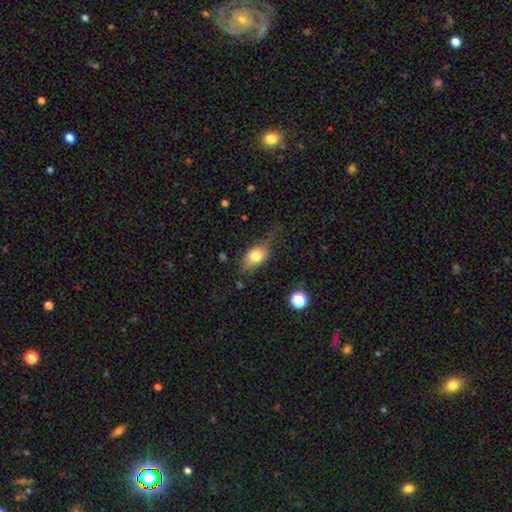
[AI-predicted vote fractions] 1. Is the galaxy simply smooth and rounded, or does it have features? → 77% smooth, 15% featured or disk, 8% star or artifact.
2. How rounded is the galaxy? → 82% in between, 15% round, 4% cigar-shaped.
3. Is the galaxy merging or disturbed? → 56% none, 28% minor disturbance, 13% major disturbance, 3% merger.